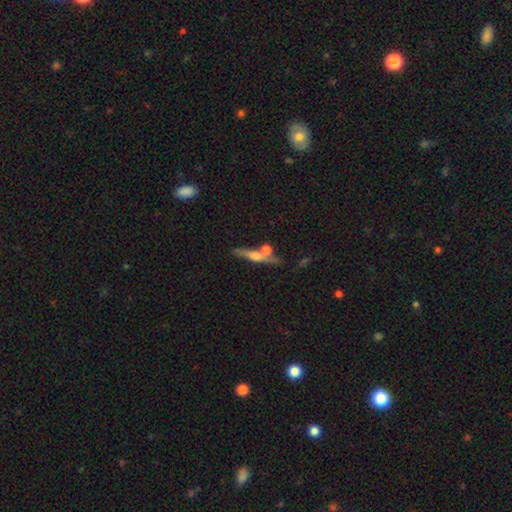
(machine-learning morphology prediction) A featured or disk galaxy (58%) viewed edge-on (91%) with a rounded central bulge (80%). Merging: none (61%).